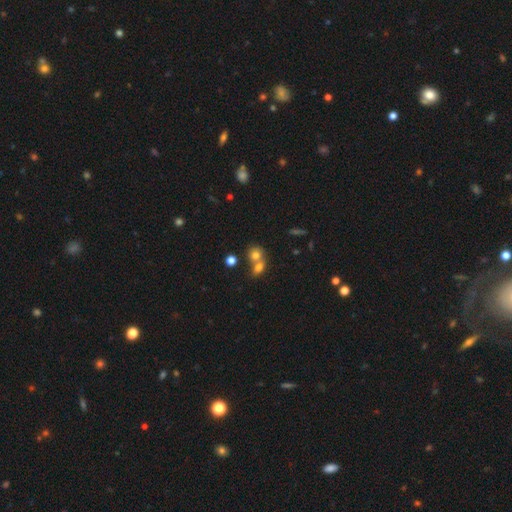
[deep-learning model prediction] Smooth or featured?
  - smooth: 74% *
  - featured or disk: 14%
  - star or artifact: 12%
How rounded?
  - round: 68% *
  - in between: 30%
  - cigar-shaped: 2%
Merging?
  - merger: 58% *
  - none: 32%
  - minor disturbance: 6%
  - major disturbance: 3%